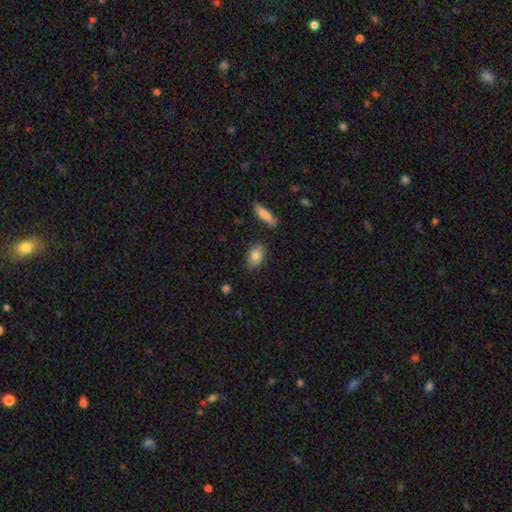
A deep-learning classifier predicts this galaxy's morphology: This appears to be a smooth galaxy with no disk features (83%) that is in between round and cigar-shaped (84%). Merging: none (79%).